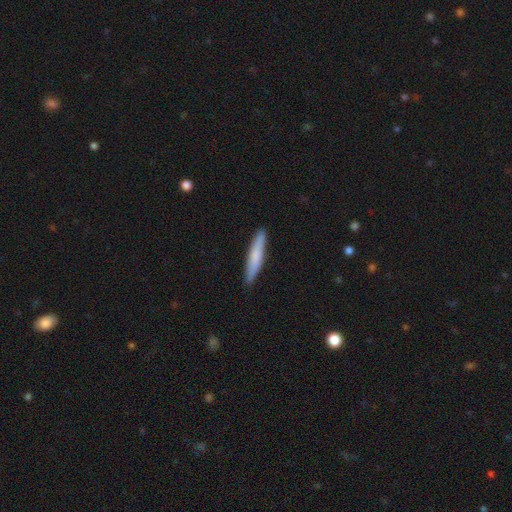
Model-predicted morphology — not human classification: Overall: smooth (70%). How rounded: cigar-shaped (91%). Merging: none (89%).